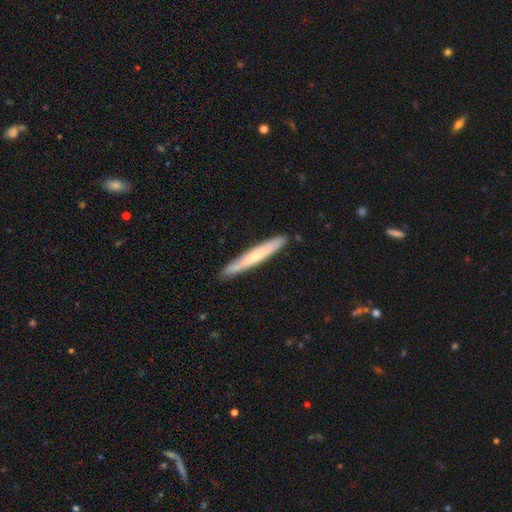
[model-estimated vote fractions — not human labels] Q: Smooth or featured?
A: smooth (54%); runner-up: featured or disk (41%)
Q: How rounded?
A: cigar-shaped (96%); runner-up: in between (3%)
Q: Merging?
A: none (89%); runner-up: minor disturbance (8%)